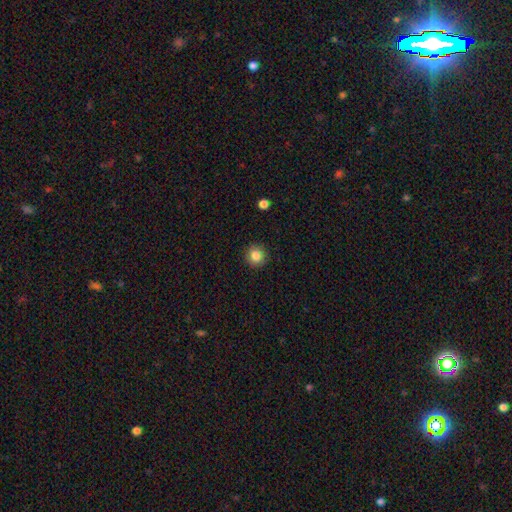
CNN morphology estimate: A smooth galaxy with no disk features (85%) that is round (93%).

Vote fractions:
- Smooth or featured? smooth: 85% / star or artifact: 10% / featured or disk: 5%
- How rounded? round: 93% / in between: 6% / cigar-shaped: 1%
- Merging? none: 92% / minor disturbance: 6% / major disturbance: 2% / merger: 1%